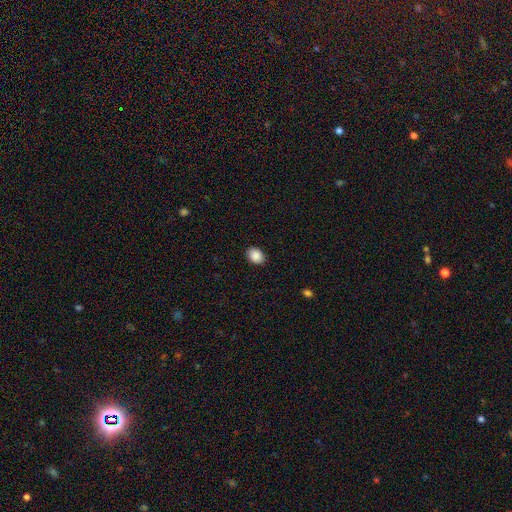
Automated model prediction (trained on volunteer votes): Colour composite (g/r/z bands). It shows a smooth galaxy with no disk features (89%) that is in between round and cigar-shaped (65%). Merging: none (90%).